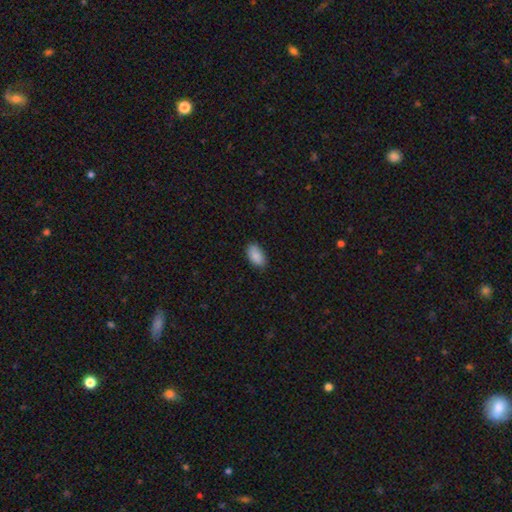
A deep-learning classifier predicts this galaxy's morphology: type=smooth (89%); roundness=in between (94%); merging=none (84%).